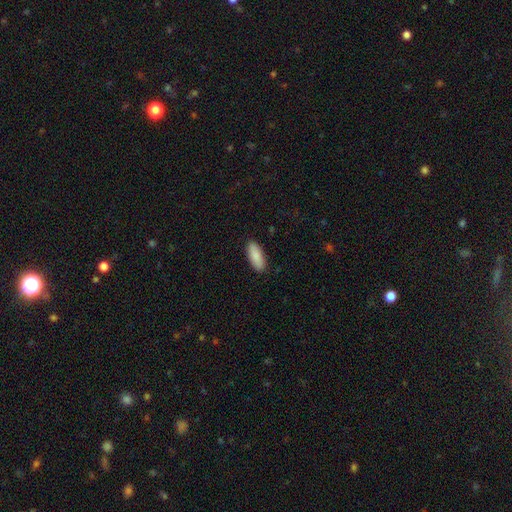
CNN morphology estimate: Smooth or featured? smooth (89%)
How rounded? in between (78%)
Merging? none (89%)